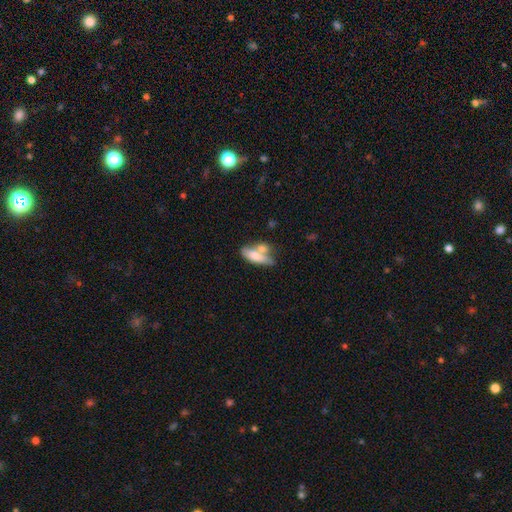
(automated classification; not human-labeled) smooth 72%, featured or disk 21%, star or artifact 7%. Down the decision tree: how rounded — in between (61%); merging — merger (43%).